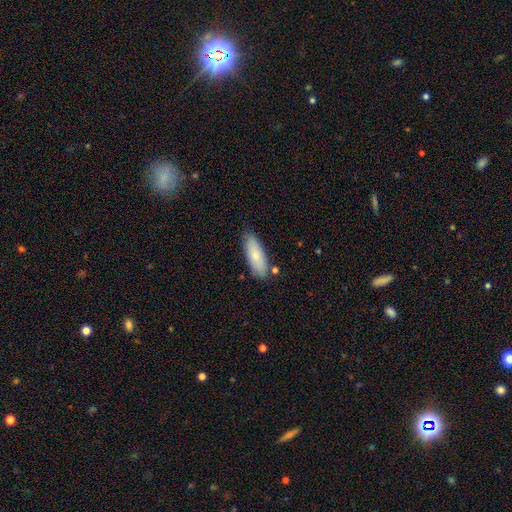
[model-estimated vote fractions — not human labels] Morphology: type=smooth (80%); roundness=in between (66%); merging=none (80%).